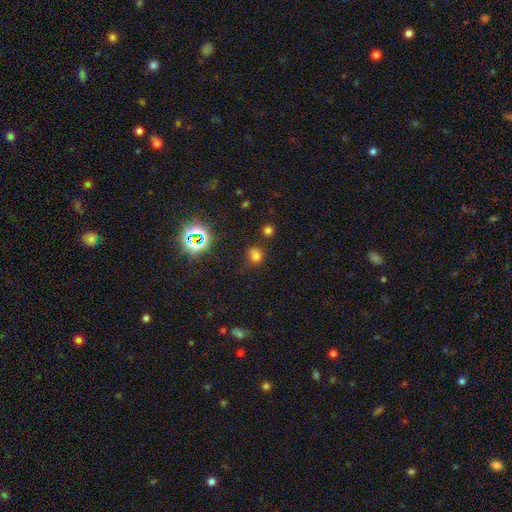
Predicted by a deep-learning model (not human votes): Overall: smooth (61%; star or artifact 31%). How rounded: round (59%; in between 40%). Merging: none (61%).